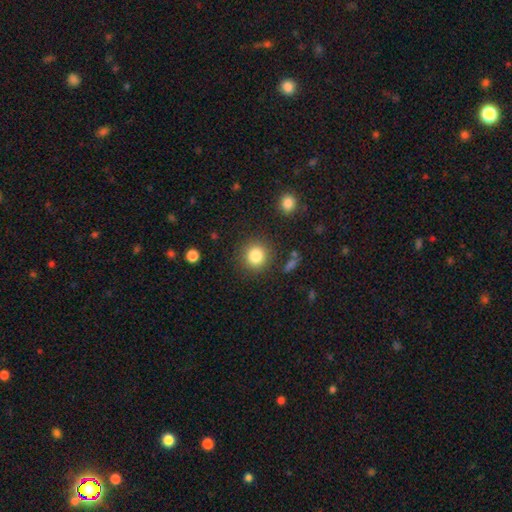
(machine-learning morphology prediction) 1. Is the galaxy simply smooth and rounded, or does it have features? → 84% smooth, 10% star or artifact, 6% featured or disk.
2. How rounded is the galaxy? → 91% round, 8% in between, 1% cigar-shaped.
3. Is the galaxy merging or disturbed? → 87% none, 7% minor disturbance, 3% major disturbance, 2% merger.